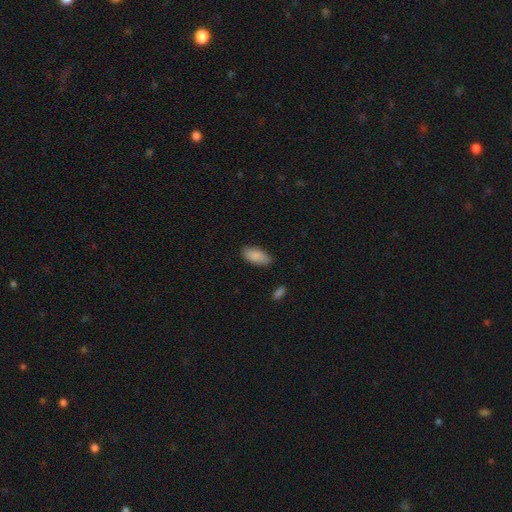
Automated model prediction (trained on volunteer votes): This appears to be a smooth galaxy with no disk features (88%) that is in between round and cigar-shaped (92%). Merging: none (82%).